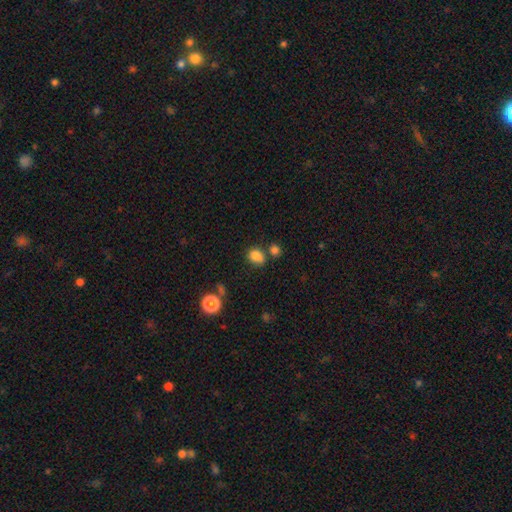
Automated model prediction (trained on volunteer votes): This appears to be a smooth galaxy with no disk features (81%) that is in between round and cigar-shaped (52%). Merging: none (60%).